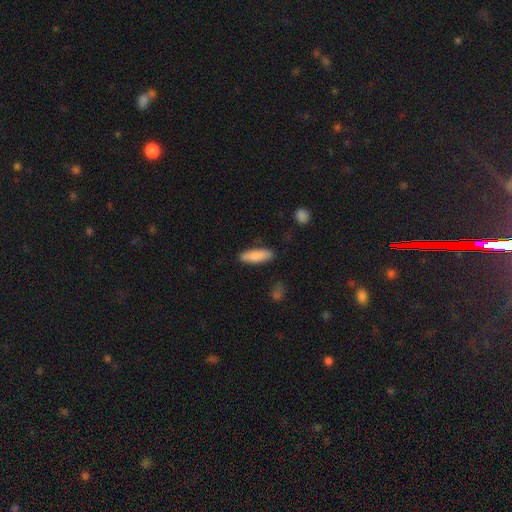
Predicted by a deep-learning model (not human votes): A smooth galaxy with no disk features (83%) that is in between round and cigar-shaped (50%). Merging: none (85%).